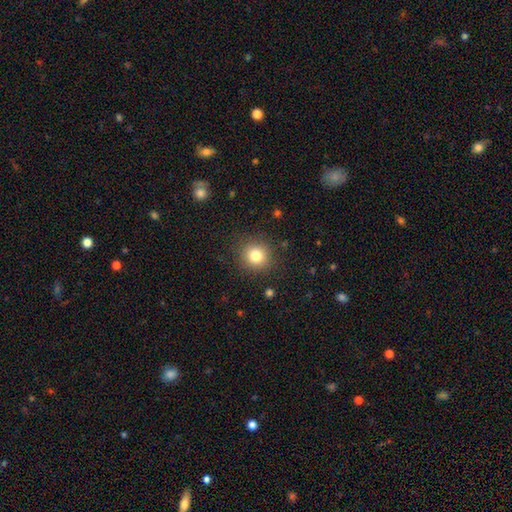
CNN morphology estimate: Smooth or featured? Predicted: smooth (p=0.81). How rounded? Predicted: round (p=0.90). Merging? Predicted: none (p=0.88).